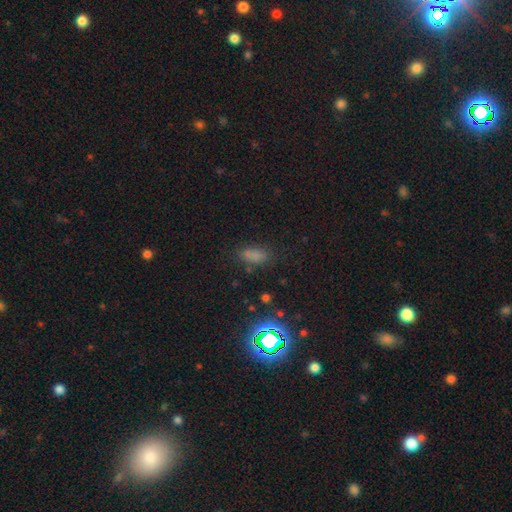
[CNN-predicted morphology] smooth 64%, star or artifact 28%, featured or disk 8%. Down the decision tree: how rounded — in between (77%); merging — none (76%).